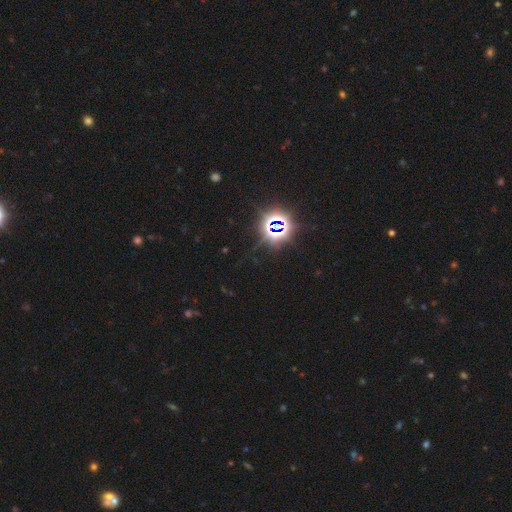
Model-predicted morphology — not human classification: Smooth or featured? star or artifact (83%)